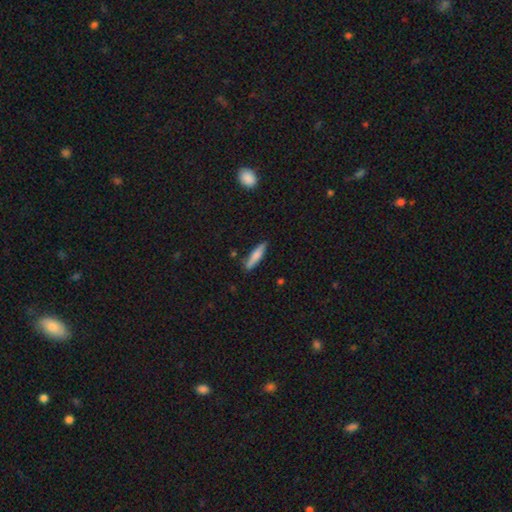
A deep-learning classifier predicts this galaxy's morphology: smooth 72%, featured or disk 22%, star or artifact 6%. Down the decision tree: how rounded — cigar-shaped (81%); merging — none (82%).